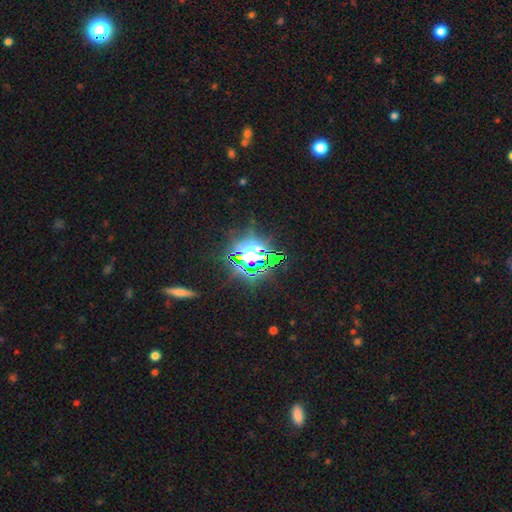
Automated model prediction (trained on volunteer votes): star or artifact 77%, smooth 13%, featured or disk 10%.